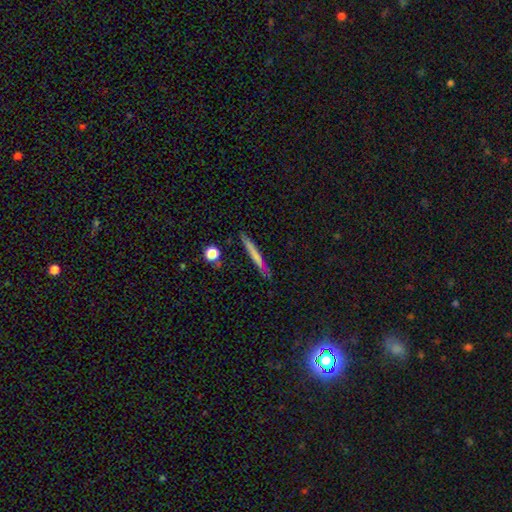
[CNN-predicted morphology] Smooth or featured? smooth (65%)
How rounded? cigar-shaped (95%)
Merging? none (84%)